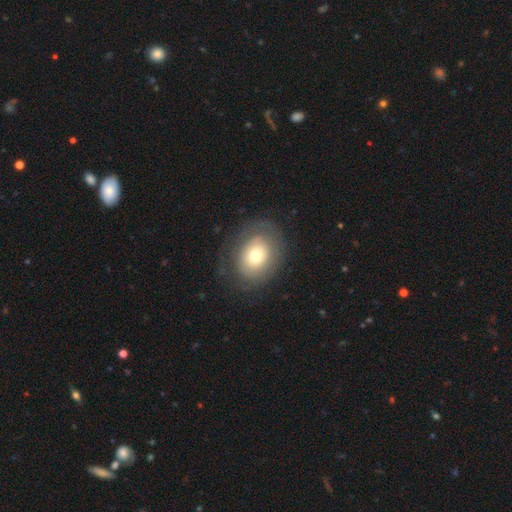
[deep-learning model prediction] smooth 61%, featured or disk 30%, star or artifact 8%. Down the decision tree: how rounded — in between (59%); merging — none (76%).